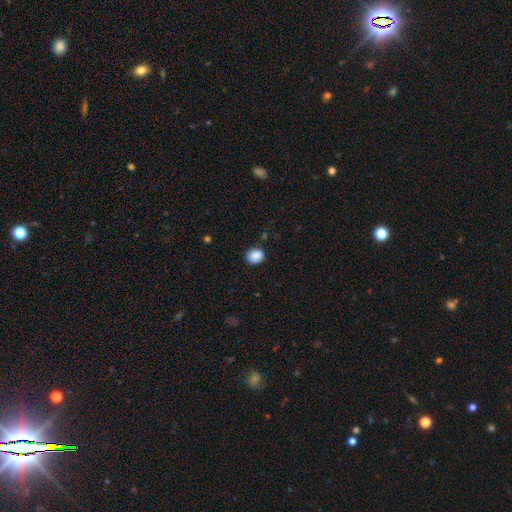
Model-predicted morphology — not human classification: A smooth galaxy with no disk features (88%) that is round (63%).

Vote fractions:
- Smooth or featured? smooth: 88% / star or artifact: 9% / featured or disk: 3%
- How rounded? round: 63% / in between: 36% / cigar-shaped: 1%
- Merging? none: 83% / minor disturbance: 13% / major disturbance: 3% / merger: 1%